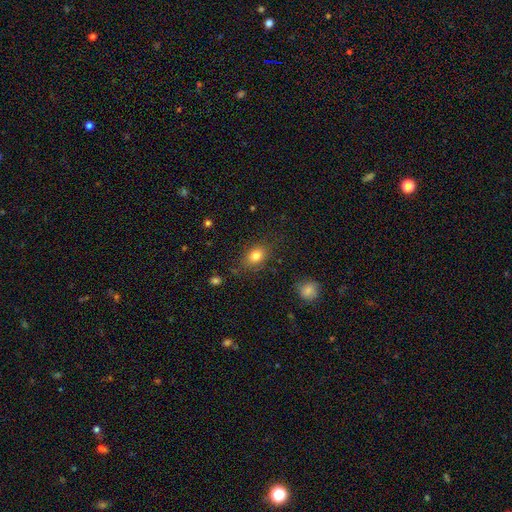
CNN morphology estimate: A smooth galaxy with no disk features (81%) that is in between round and cigar-shaped (71%).

Vote fractions:
- Smooth or featured? smooth: 81% / star or artifact: 10% / featured or disk: 9%
- How rounded? in between: 71% / round: 27% / cigar-shaped: 2%
- Merging? none: 79% / minor disturbance: 15% / major disturbance: 4% / merger: 2%